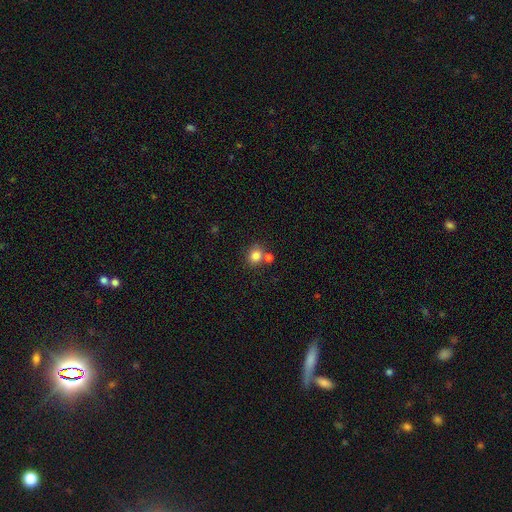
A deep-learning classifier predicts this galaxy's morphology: Smooth or featured?
  - smooth: 82% *
  - star or artifact: 11%
  - featured or disk: 7%
How rounded?
  - round: 73% *
  - in between: 26%
  - cigar-shaped: 1%
Merging?
  - none: 60% *
  - merger: 26%
  - minor disturbance: 11%
  - major disturbance: 3%